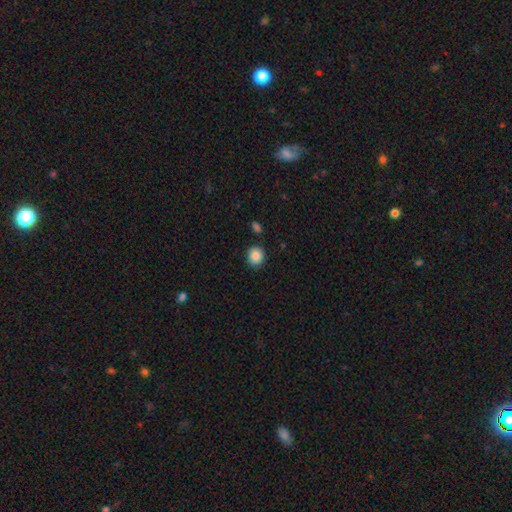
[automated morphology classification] Smooth or featured: smooth — 87% (star or artifact — 9%)
How rounded: round — 79% (in between — 20%)
Merging: none — 86% (minor disturbance — 9%)